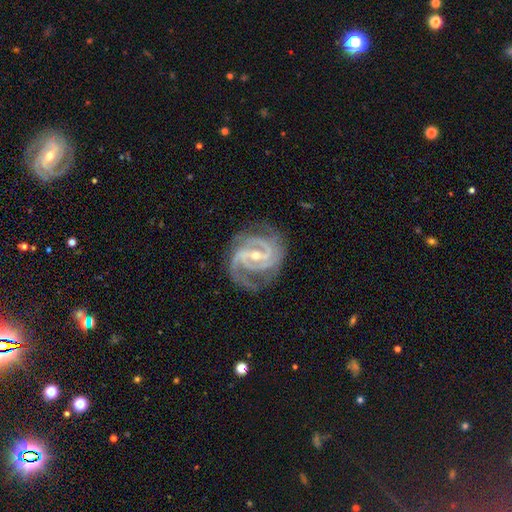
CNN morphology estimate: Smooth or featured: featured or disk — 93% (star or artifact — 4%)
Edge-on disk: no — 98% (yes — 2%)
Bar: strong — 47% (weak — 39%)
Spiral arms: yes — 99% (no — 1%)
Spiral winding: tight — 53% (medium — 42%)
Spiral arm count: 2 — 42% (3 — 36%)
Bulge size: small — 55% (moderate — 42%)
Merging: none — 75% (minor disturbance — 17%)